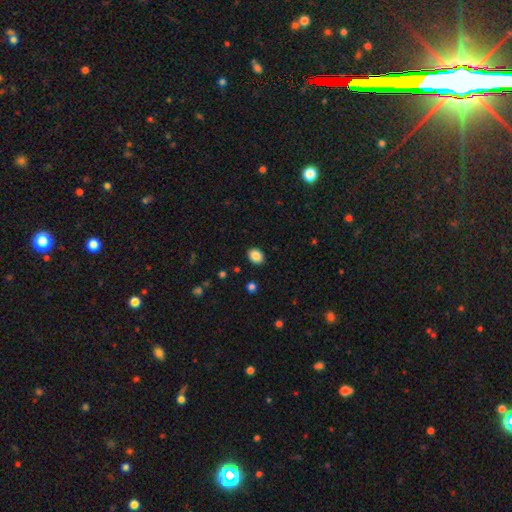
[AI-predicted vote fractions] The model was most divided on "how rounded": in between: 63%, round: 36%, cigar-shaped: 1%. More confident: merging — none (90%); smooth or featured — smooth (87%).